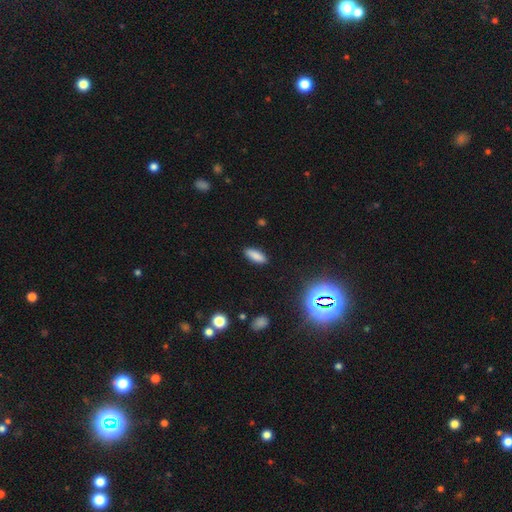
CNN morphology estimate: A smooth galaxy with no disk features (82%) that is in between round and cigar-shaped (68%).

Vote fractions:
- Smooth or featured? smooth: 82% / star or artifact: 11% / featured or disk: 7%
- How rounded? in between: 68% / cigar-shaped: 29% / round: 2%
- Merging? none: 88% / minor disturbance: 9% / major disturbance: 2% / merger: 1%